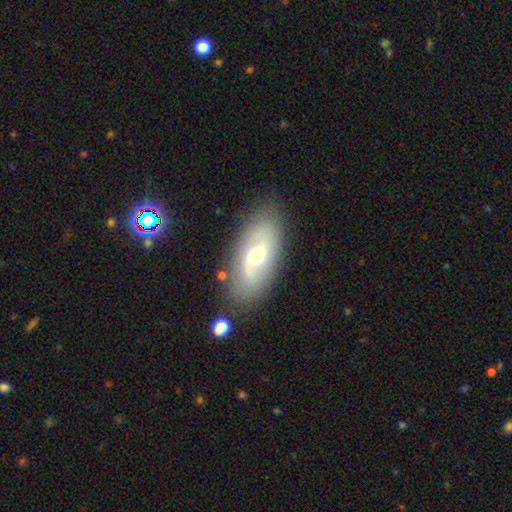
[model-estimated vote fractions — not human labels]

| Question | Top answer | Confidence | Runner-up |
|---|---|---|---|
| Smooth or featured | featured or disk | 63% | smooth (29%) |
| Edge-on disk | no | 91% | yes (9%) |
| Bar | weak | 52% | no (34%) |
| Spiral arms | yes | 80% | no (20%) |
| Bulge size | moderate | 64% | small (25%) |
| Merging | none | 82% | minor disturbance (11%) |